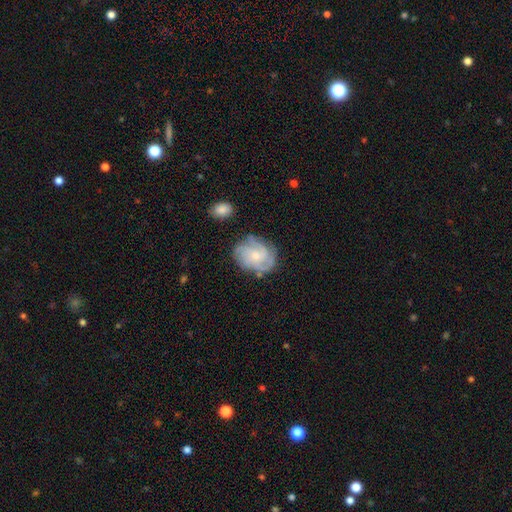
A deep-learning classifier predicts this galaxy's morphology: The model was most divided on "spiral arm count": 3: 29%, can't tell: 28%, 4: 20%, 2: 13%, more than 4: 6%, 1: 5%. More confident: edge-on disk — no (98%); spiral arms — yes (93%); smooth or featured — featured or disk (75%); bar — no (72%); merging — none (71%); bulge size — small (64%); spiral winding — tight (56%).